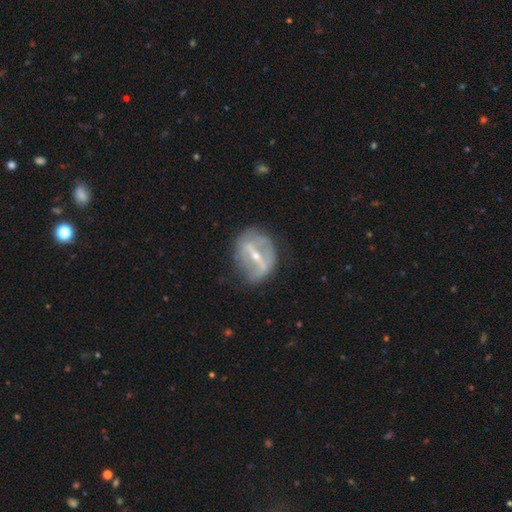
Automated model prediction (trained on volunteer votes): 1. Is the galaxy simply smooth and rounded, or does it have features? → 80% featured or disk, 12% smooth, 8% star or artifact.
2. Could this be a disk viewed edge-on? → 89% no, 11% yes.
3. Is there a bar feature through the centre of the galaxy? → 73% strong, 20% weak, 7% no.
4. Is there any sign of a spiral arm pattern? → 51% no, 49% yes.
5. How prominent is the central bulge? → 60% small, 36% moderate, 1% none, 1% large, 1% dominant.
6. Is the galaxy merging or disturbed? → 67% none, 21% minor disturbance, 10% major disturbance, 2% merger.